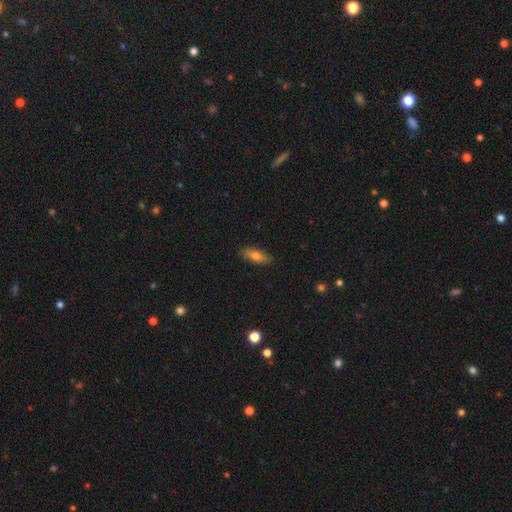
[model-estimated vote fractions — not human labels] A smooth galaxy with no disk features (72%) that is in between round and cigar-shaped (68%). Merging: none (87%).